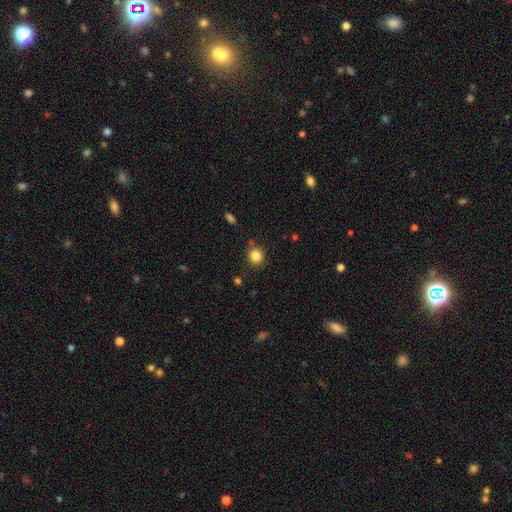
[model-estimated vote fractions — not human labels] smooth 84%, star or artifact 11%, featured or disk 5%. Down the decision tree: how rounded — round (86%); merging — none (83%).